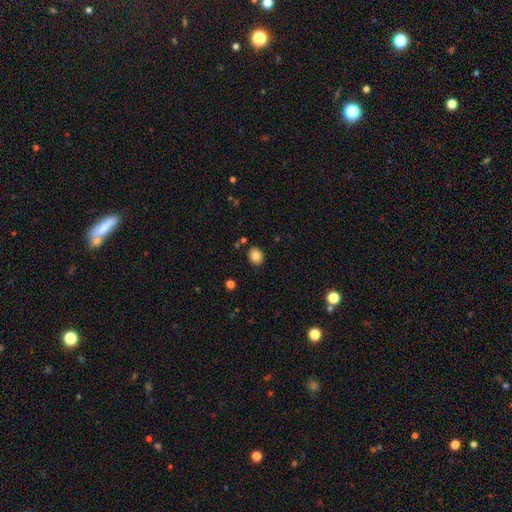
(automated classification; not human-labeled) The model was most divided on "how rounded": round: 62%, in between: 37%, cigar-shaped: 1%. More confident: merging — none (86%); smooth or featured — smooth (82%).